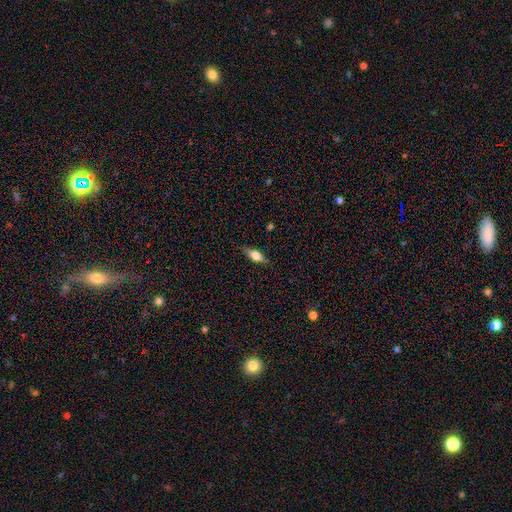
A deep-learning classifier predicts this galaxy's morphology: This is likely a smooth galaxy (66%). How rounded: likely in between (72%). Merging: likely none (79%).